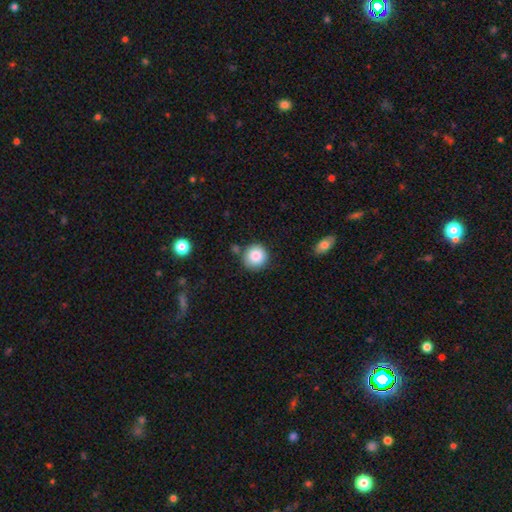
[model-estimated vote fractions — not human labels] smooth-or-featured: smooth: 86% | star or artifact: 9% | featured or disk: 5%
  how-rounded: round: 92% | in between: 7% | cigar-shaped: 1%
  merging: none: 81% | minor disturbance: 11% | merger: 6% | major disturbance: 3%